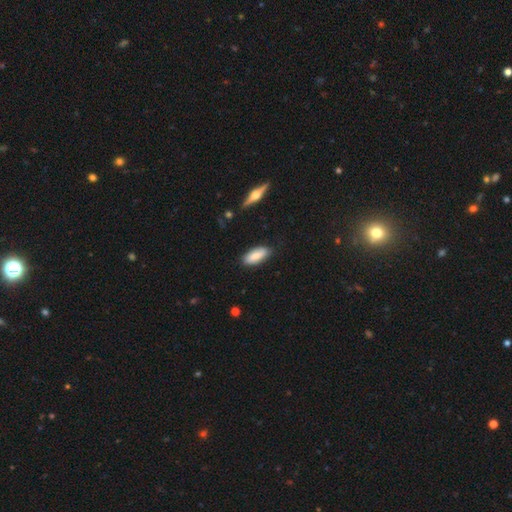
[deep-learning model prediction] smooth_or_featured: smooth (p=0.82) [alt: featured or disk p=0.12]
how_rounded: in between (p=0.79) [alt: cigar-shaped p=0.19]
merging: none (p=0.83) [alt: minor disturbance p=0.13]